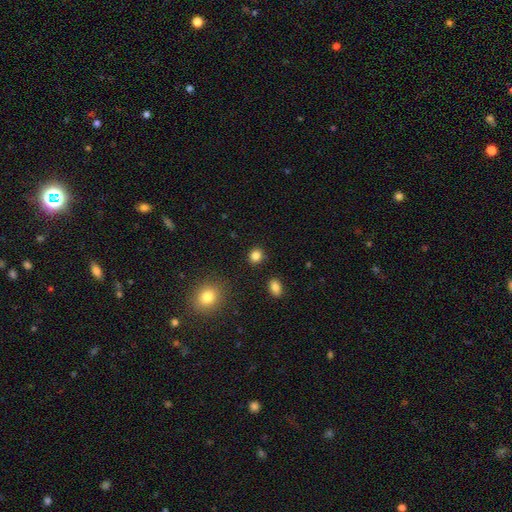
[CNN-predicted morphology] This is clearly a smooth galaxy (85%). How rounded: clearly round (80%). Merging: clearly none (89%).